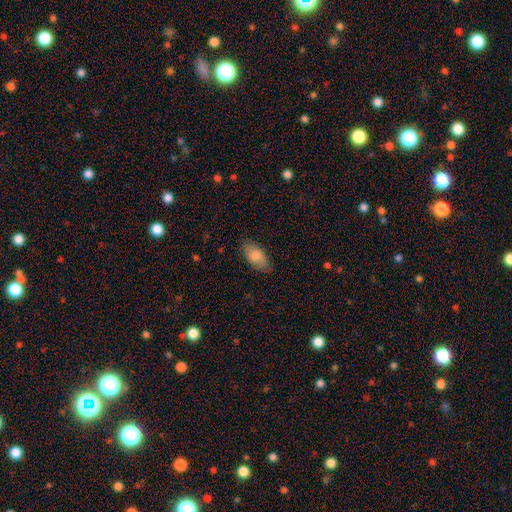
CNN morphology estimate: This appears to be a smooth galaxy with no disk features (78%) that is in between round and cigar-shaped (93%). Merging: none (79%).